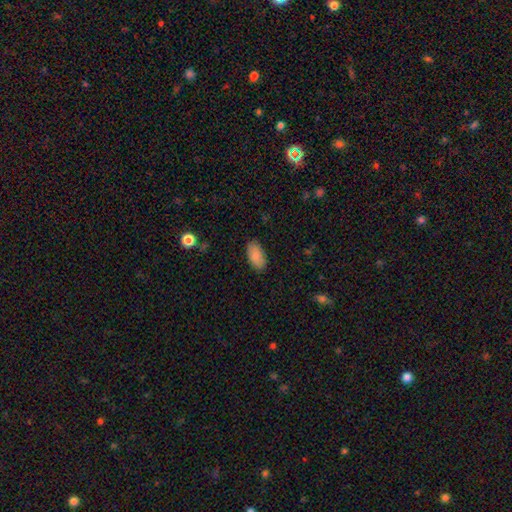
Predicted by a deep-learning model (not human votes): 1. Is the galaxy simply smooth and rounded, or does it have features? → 87% smooth, 7% star or artifact, 6% featured or disk.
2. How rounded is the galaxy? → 94% in between, 4% cigar-shaped, 3% round.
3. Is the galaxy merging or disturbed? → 87% none, 10% minor disturbance, 2% major disturbance, 1% merger.